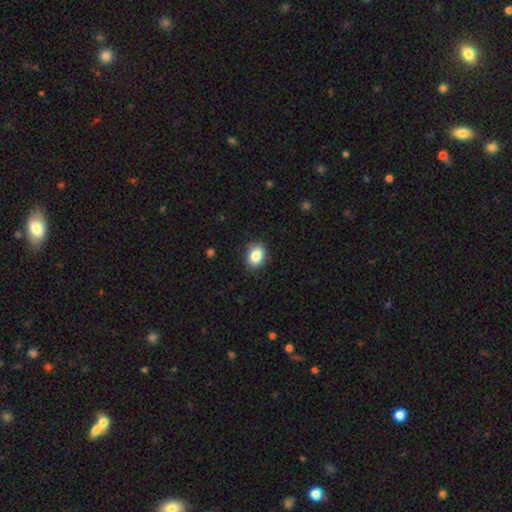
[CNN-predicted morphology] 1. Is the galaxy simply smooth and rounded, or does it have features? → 86% smooth, 8% star or artifact, 5% featured or disk.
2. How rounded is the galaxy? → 66% in between, 33% round, 1% cigar-shaped.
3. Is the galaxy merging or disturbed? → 86% none, 11% minor disturbance, 2% major disturbance, 1% merger.